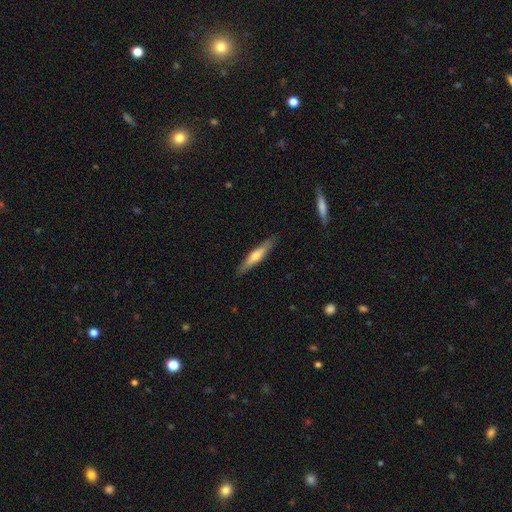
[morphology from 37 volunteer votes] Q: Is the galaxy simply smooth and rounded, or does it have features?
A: featured or disk — 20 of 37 (54%).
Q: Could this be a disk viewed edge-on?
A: yes — 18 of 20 (90%).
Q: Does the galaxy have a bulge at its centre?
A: rounded — 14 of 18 (78%).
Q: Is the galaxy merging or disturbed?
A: none — 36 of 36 (100%).